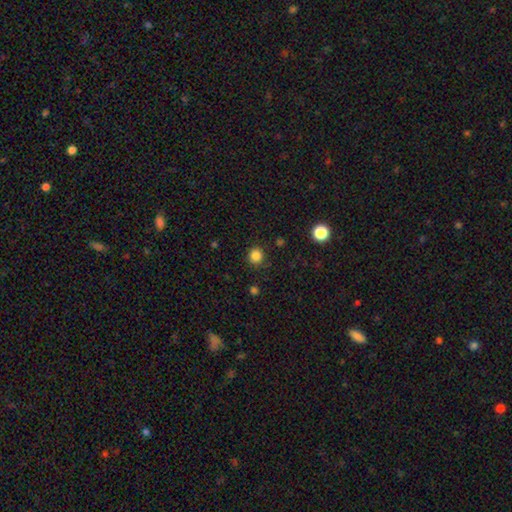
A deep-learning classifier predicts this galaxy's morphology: Smooth or featured: smooth — 84% (star or artifact — 12%)
How rounded: round — 93% (in between — 6%)
Merging: none — 88% (minor disturbance — 8%)